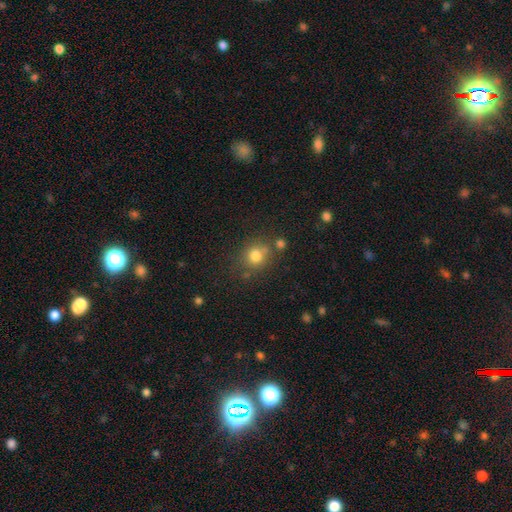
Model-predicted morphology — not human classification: Overall: smooth (78%). How rounded: round (79%). Merging: none (69%).